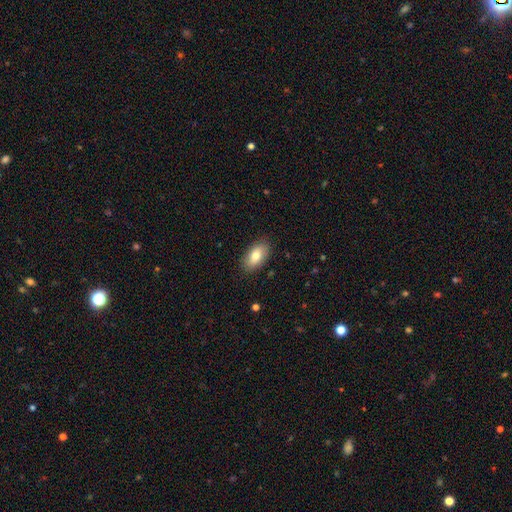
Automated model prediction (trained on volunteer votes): This appears to be a smooth galaxy with no disk features (78%) that is in between round and cigar-shaped (92%). Merging: none (87%).